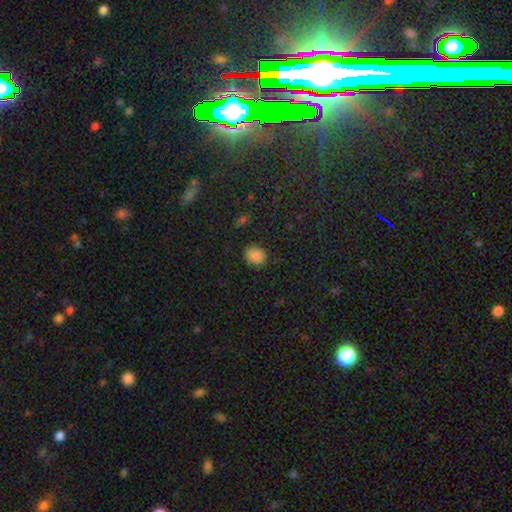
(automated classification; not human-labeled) A smooth galaxy with no disk features (86%) that is round (58%). Merging: none (86%).